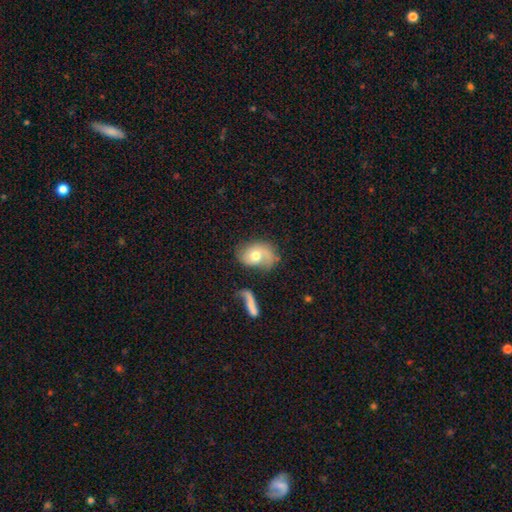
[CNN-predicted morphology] The model was most divided on "smooth or featured": smooth: 48%, featured or disk: 45%, star or artifact: 8%. Remaining: merging — none (50%).